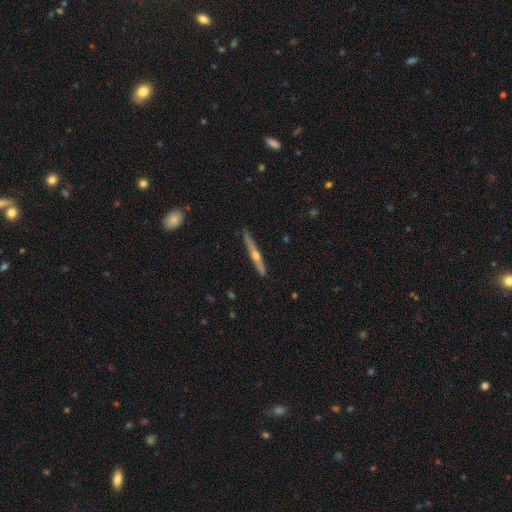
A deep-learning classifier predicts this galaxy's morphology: Overall: featured or disk (73%). Edge-on disk: yes (98%). Edge-on bulge: rounded (90%). Merging: none (89%).